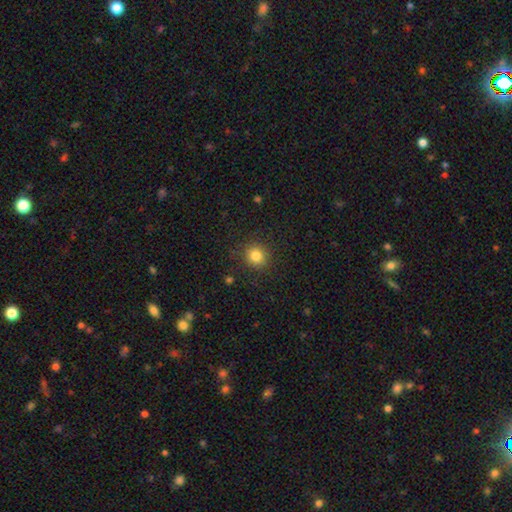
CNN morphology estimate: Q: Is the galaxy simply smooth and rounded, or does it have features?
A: smooth — 83%.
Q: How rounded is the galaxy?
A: round — 88%.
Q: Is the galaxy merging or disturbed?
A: none — 88%.